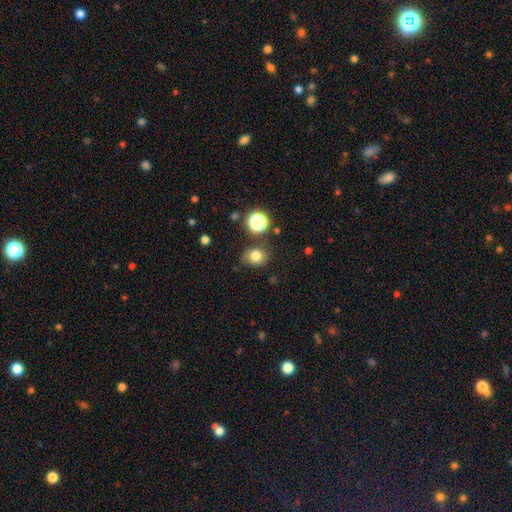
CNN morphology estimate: smooth-or-featured: smooth: 78% | star or artifact: 15% | featured or disk: 8%
  how-rounded: round: 62% | in between: 37% | cigar-shaped: 1%
  merging: none: 77% | minor disturbance: 15% | merger: 5% | major disturbance: 4%